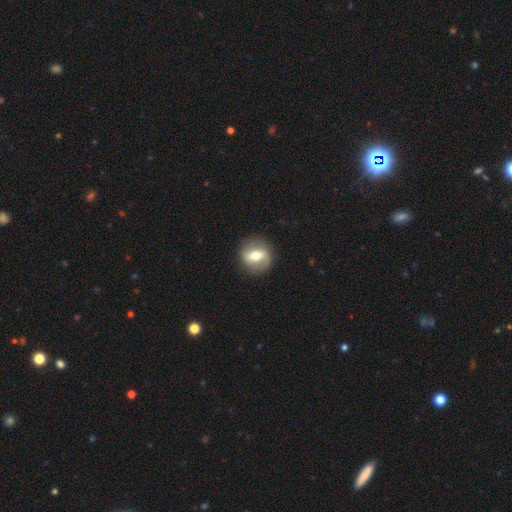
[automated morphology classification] The model was most divided on "smooth or featured": featured or disk: 50%, smooth: 42%, star or artifact: 7%. More confident: edge-on disk — no (89%); merging — none (84%).